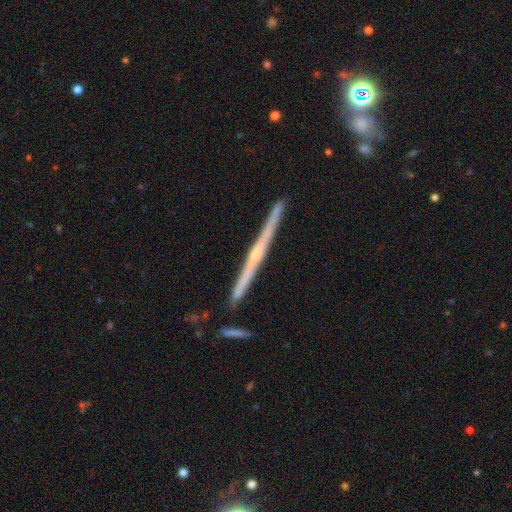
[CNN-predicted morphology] smooth-or-featured: featured or disk: 83% | smooth: 12% | star or artifact: 5%
  disk-edge-on: yes: 98% | no: 2%
    edge-on-bulge: rounded: 67% | none: 27% | boxy: 6%
  merging: none: 88% | minor disturbance: 8% | merger: 3% | major disturbance: 2%